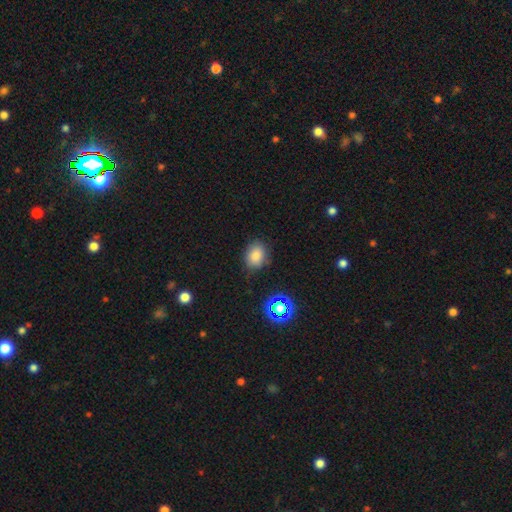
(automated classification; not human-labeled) This appears to be a smooth galaxy with no disk features (81%) that is in between round and cigar-shaped (58%). Merging: none (78%).